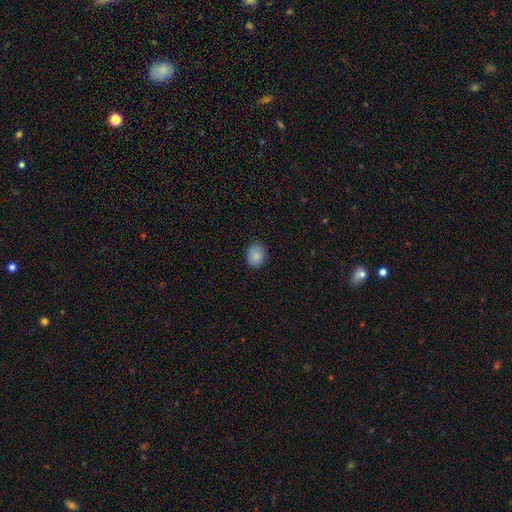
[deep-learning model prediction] smooth_or_featured: smooth (p=0.86) [alt: star or artifact p=0.09]
how_rounded: round (p=0.61) [alt: in between p=0.39]
merging: none (p=0.87) [alt: minor disturbance p=0.10]